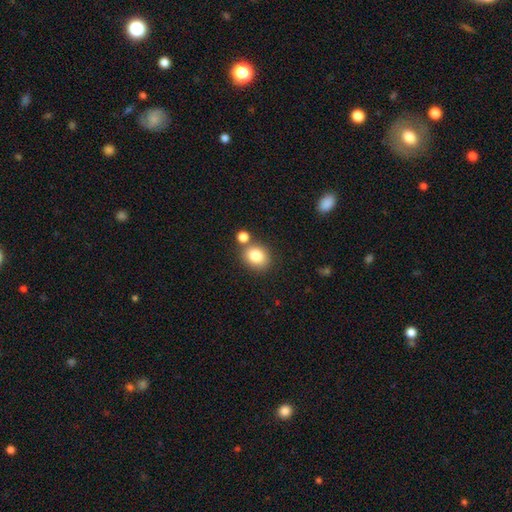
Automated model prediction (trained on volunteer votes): Morphology: type=smooth (82%); roundness=round (66%); merging=none (69%).